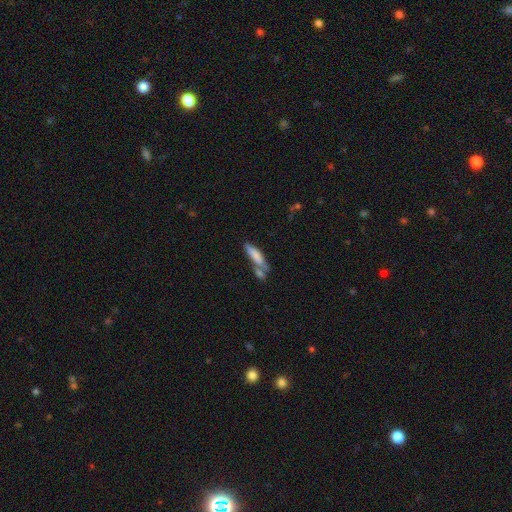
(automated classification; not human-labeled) smooth 73%, featured or disk 20%, star or artifact 7%. Down the decision tree: how rounded — cigar-shaped (66%); merging — none (43%).